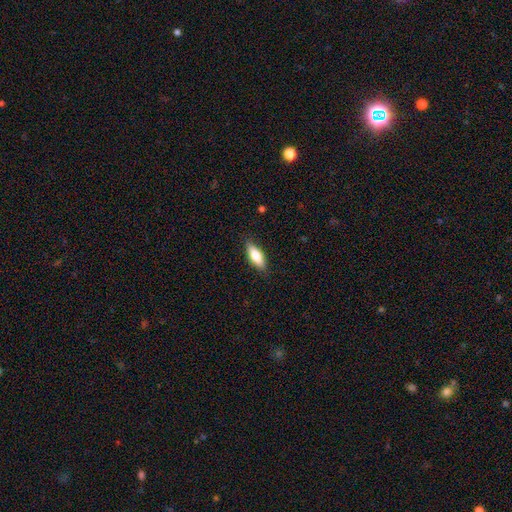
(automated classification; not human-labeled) Smooth or featured?
  - smooth: 72% *
  - featured or disk: 22%
  - star or artifact: 6%
How rounded?
  - in between: 64% *
  - cigar-shaped: 34%
  - round: 2%
Merging?
  - none: 86% *
  - minor disturbance: 10%
  - major disturbance: 2%
  - merger: 1%